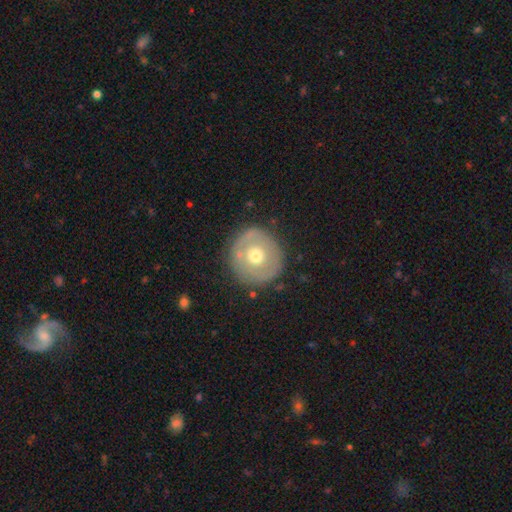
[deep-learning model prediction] smooth_or_featured: smooth (p=0.49) [alt: featured or disk p=0.44]
merging: none (p=0.83) [alt: minor disturbance p=0.11]